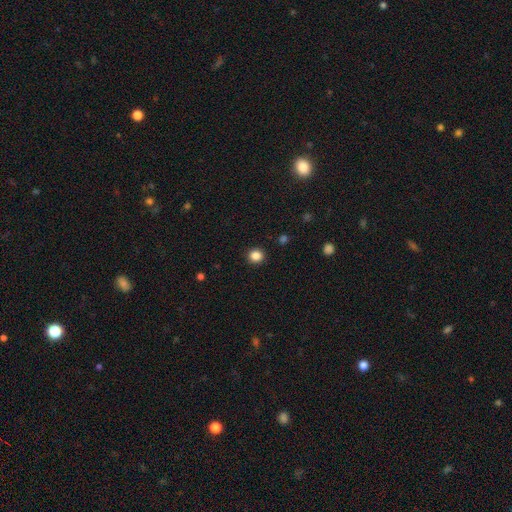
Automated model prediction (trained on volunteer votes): A smooth galaxy with no disk features (85%) that is round (89%). Merging: none (92%).